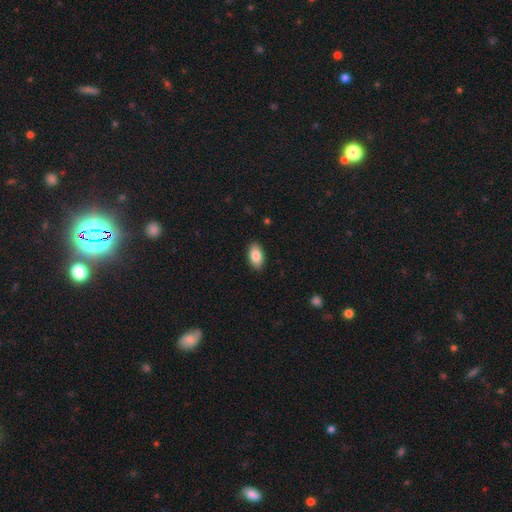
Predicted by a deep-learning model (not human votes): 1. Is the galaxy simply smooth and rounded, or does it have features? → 86% smooth, 7% featured or disk, 7% star or artifact.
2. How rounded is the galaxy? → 93% in between, 4% round, 3% cigar-shaped.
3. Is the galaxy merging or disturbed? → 89% none, 8% minor disturbance, 2% major disturbance, 1% merger.